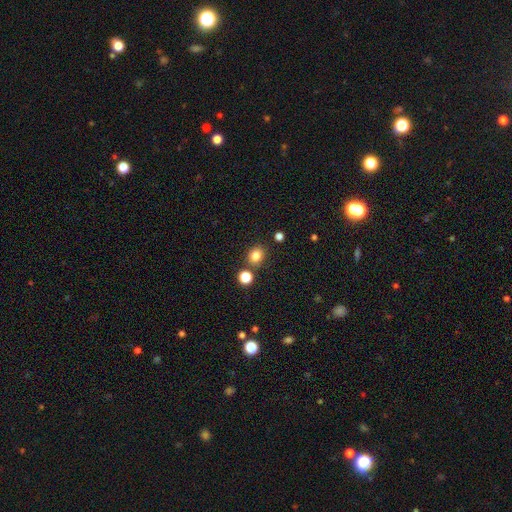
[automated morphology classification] The model was most divided on "how rounded": round: 60%, in between: 39%, cigar-shaped: 1%. More confident: smooth or featured — smooth (81%); merging — none (78%).